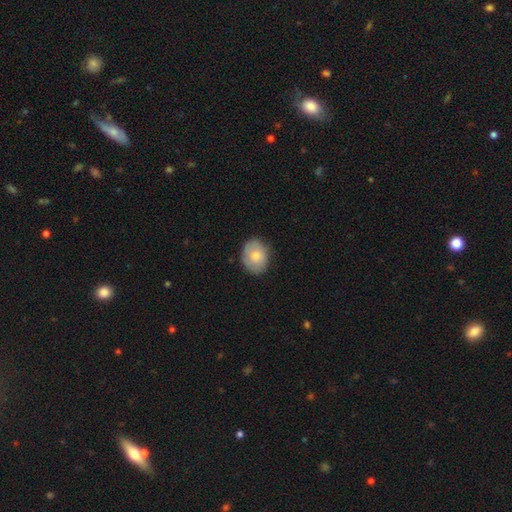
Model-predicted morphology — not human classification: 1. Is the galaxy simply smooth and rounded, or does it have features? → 73% smooth, 21% featured or disk, 7% star or artifact.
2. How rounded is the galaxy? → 50% round, 49% in between, 1% cigar-shaped.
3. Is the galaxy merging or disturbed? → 76% none, 19% minor disturbance, 4% major disturbance, 1% merger.